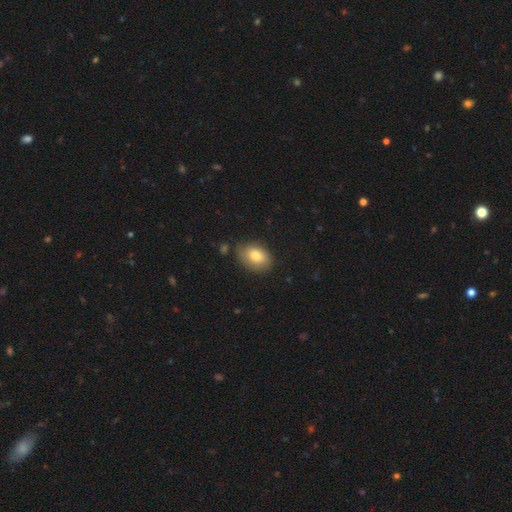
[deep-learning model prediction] Smooth or featured?
  - smooth: 81% *
  - featured or disk: 12%
  - star or artifact: 8%
How rounded?
  - in between: 80% *
  - round: 19%
  - cigar-shaped: 1%
Merging?
  - none: 76% *
  - minor disturbance: 18%
  - major disturbance: 4%
  - merger: 3%